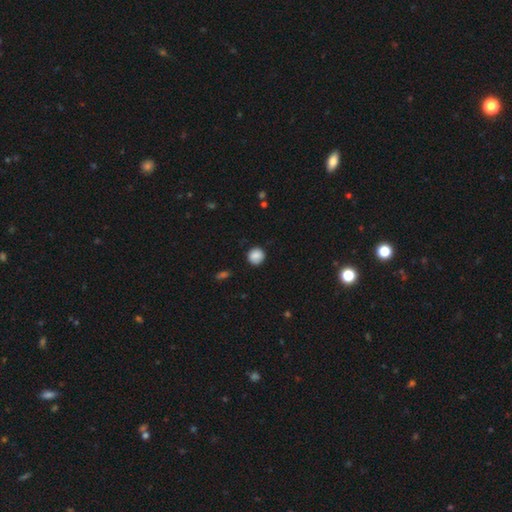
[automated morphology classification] Smooth or featured: smooth — 87% (star or artifact — 9%)
How rounded: round — 89% (in between — 10%)
Merging: none — 85% (minor disturbance — 11%)